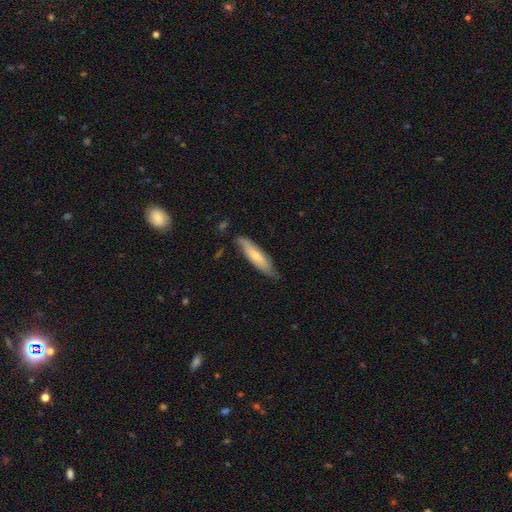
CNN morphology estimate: type=smooth (57%); roundness=cigar-shaped (69%); merging=none (70%).